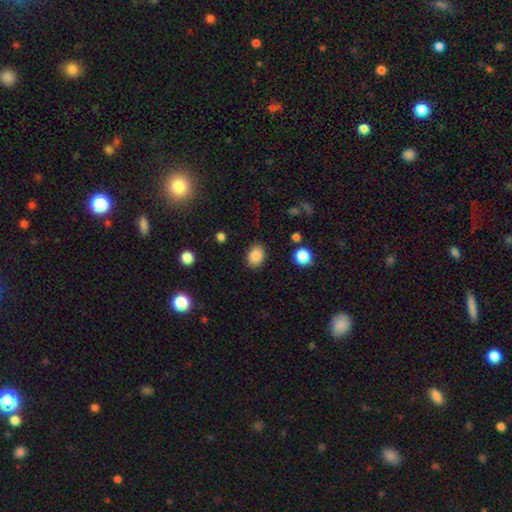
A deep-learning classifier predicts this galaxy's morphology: Q: Smooth or featured?
A: smooth (86%); runner-up: star or artifact (9%)
Q: How rounded?
A: in between (65%); runner-up: round (35%)
Q: Merging?
A: none (86%); runner-up: minor disturbance (10%)